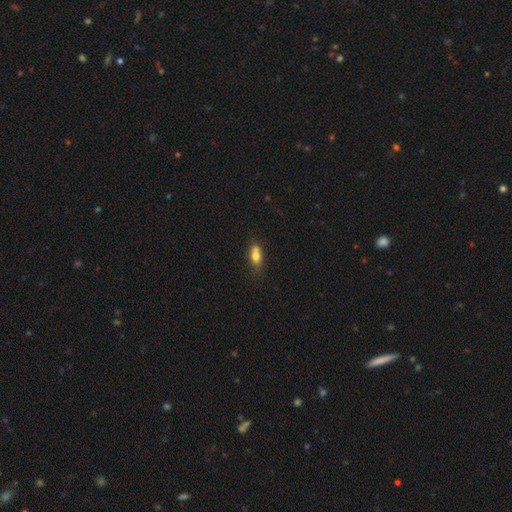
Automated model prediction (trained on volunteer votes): This is likely a smooth galaxy (73%). How rounded: likely in between (76%). Merging: possibly none (49%).